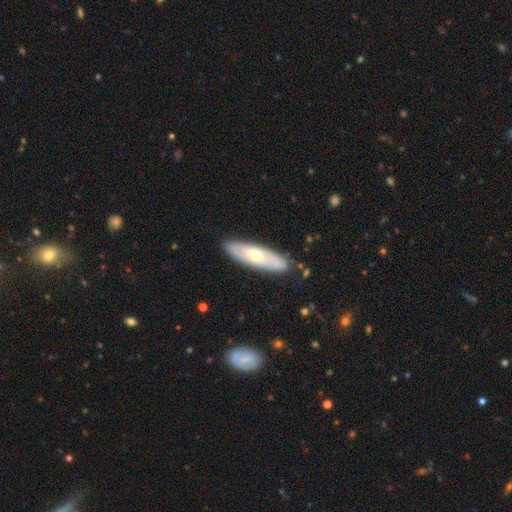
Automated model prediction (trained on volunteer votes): Q: Smooth or featured?
A: featured or disk (49%); runner-up: smooth (45%)
Q: Merging?
A: none (85%); runner-up: minor disturbance (11%)